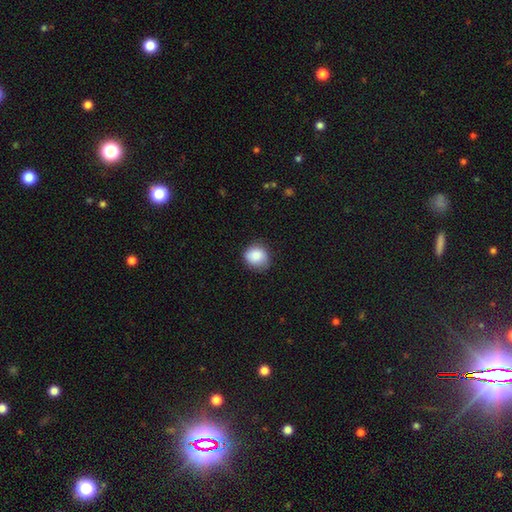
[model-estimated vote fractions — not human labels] Overall: smooth (85%). How rounded: round (76%). Merging: none (75%).